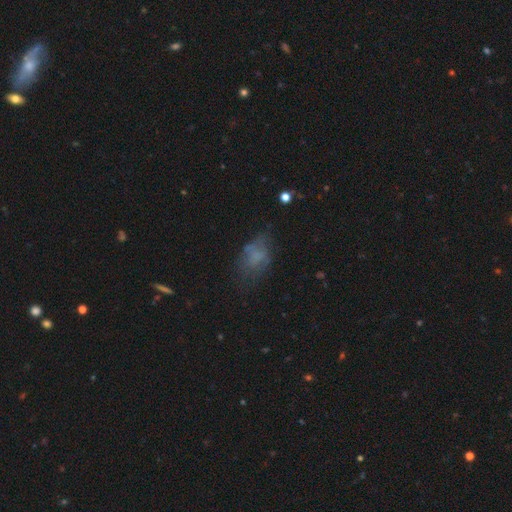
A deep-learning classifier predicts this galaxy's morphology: smooth 54%, featured or disk 32%, star or artifact 15%. Down the decision tree: how rounded — in between (84%); merging — none (48%).